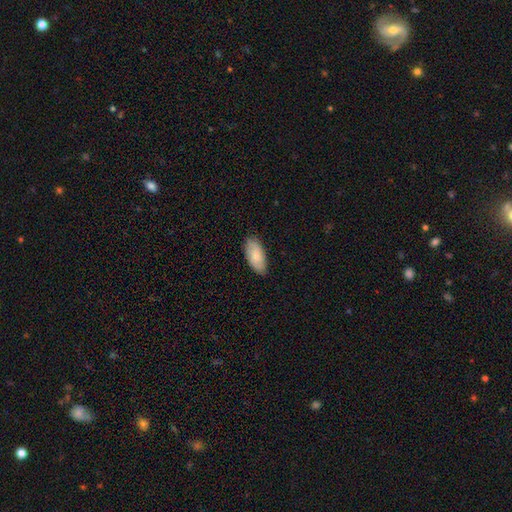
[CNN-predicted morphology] type=smooth (79%); roundness=in between (91%); merging=none (84%).